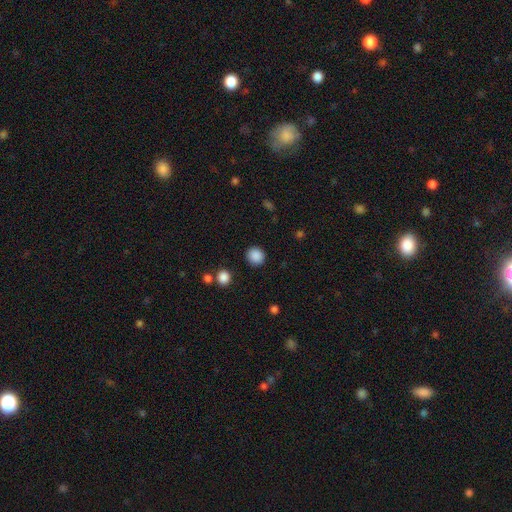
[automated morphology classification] smooth 87%, star or artifact 10%, featured or disk 3%. Down the decision tree: how rounded — round (89%); merging — none (89%).